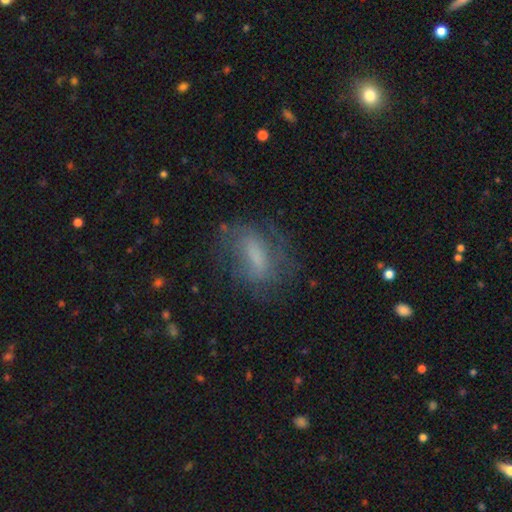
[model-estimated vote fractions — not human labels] This appears to be a featured or disk galaxy (46%). Merging: none (61%).